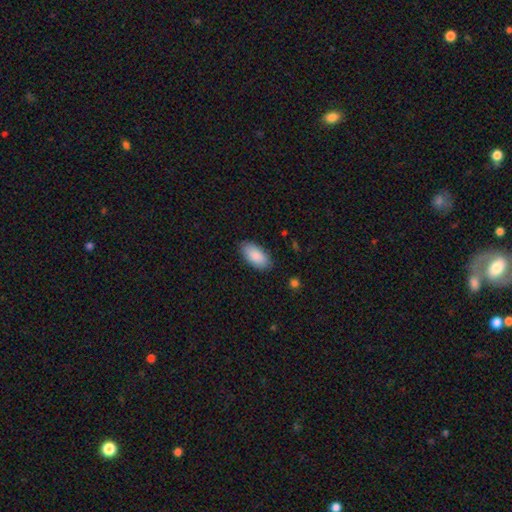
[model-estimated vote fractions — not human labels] Morphology: type=smooth (88%); roundness=in between (94%); merging=none (85%).